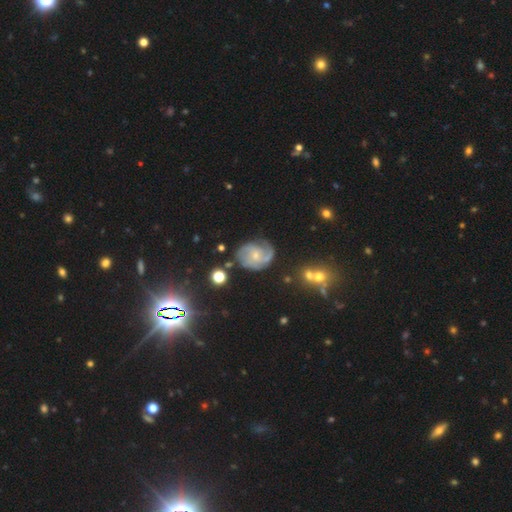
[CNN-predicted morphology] A featured or disk galaxy (80%) with no bar (66%), 2 (36%) medium (45%) spiral arms (95%) and a small central bulge (71%). Merging: none (61%).